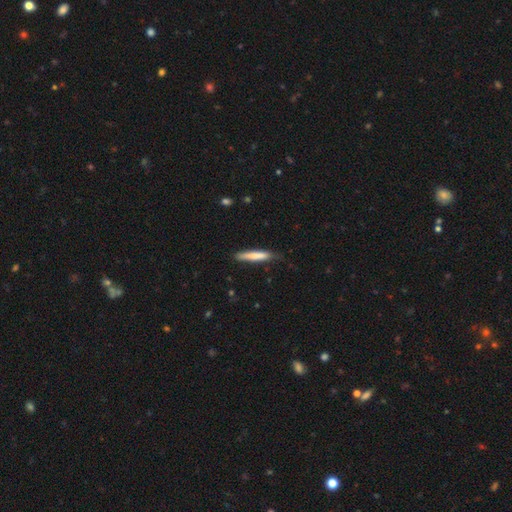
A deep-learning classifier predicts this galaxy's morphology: Smooth or featured?
  - smooth: 74% *
  - featured or disk: 20%
  - star or artifact: 5%
How rounded?
  - cigar-shaped: 91% *
  - in between: 7%
  - round: 1%
Merging?
  - none: 77% *
  - minor disturbance: 19%
  - major disturbance: 3%
  - merger: 1%